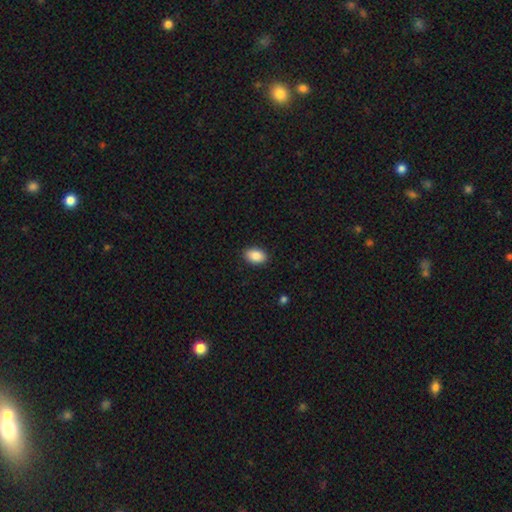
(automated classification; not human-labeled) Smooth or featured: smooth — 89% (star or artifact — 7%)
How rounded: in between — 87% (round — 12%)
Merging: none — 89% (minor disturbance — 8%)